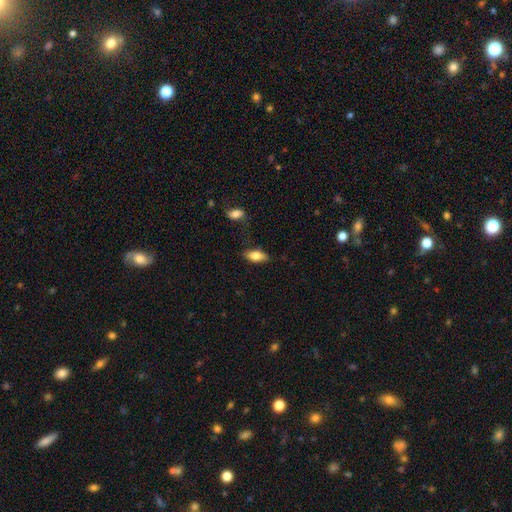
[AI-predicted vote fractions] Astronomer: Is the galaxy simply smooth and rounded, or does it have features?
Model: smooth — 77%.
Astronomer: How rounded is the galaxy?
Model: in between — 83%.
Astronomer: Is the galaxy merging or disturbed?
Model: none — 74%.